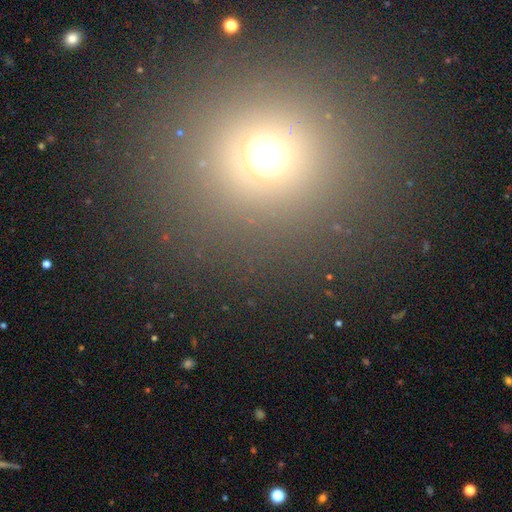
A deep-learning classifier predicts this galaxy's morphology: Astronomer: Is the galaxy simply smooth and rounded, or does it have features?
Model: smooth — 61%.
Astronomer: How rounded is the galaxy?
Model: round — 89%.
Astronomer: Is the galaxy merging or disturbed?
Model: none — 87%.